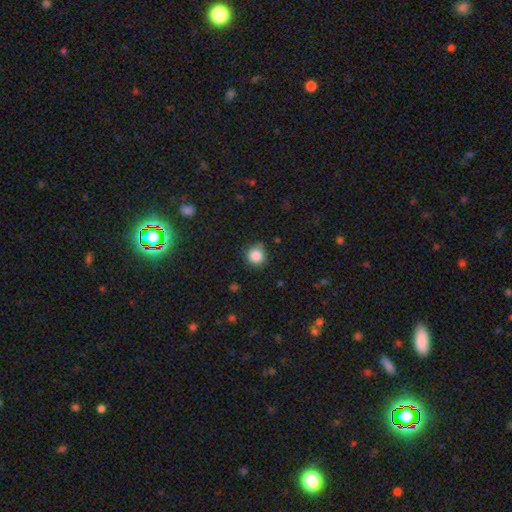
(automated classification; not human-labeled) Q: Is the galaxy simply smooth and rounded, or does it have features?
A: smooth — 86%.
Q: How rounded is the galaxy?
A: round — 91%.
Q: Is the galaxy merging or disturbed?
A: none — 76%.